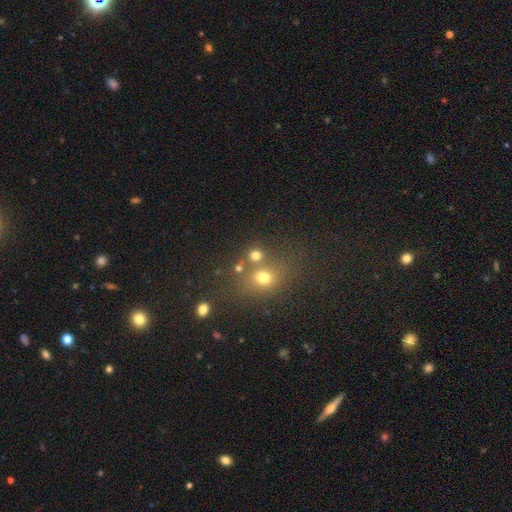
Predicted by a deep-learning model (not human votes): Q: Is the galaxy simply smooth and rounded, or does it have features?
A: smooth — 69%.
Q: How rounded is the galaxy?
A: round — 76%.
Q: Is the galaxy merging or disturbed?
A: none — 60%.